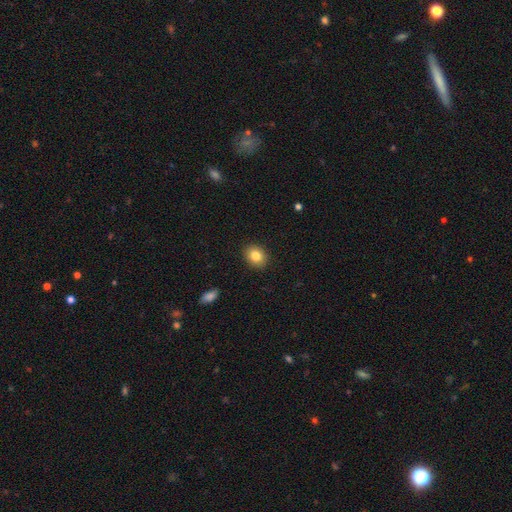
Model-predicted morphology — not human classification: This appears to be a smooth galaxy with no disk features (83%) that is in between round and cigar-shaped (51%). Merging: none (90%).